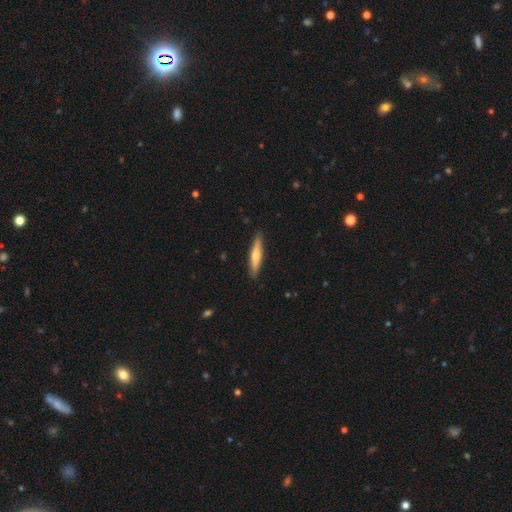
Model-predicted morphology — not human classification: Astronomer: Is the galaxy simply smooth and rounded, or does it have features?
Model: smooth — 59% (runner-up: featured or disk, 36%).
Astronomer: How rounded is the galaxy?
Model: cigar-shaped — 87%.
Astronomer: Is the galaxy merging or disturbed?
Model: none — 89%.